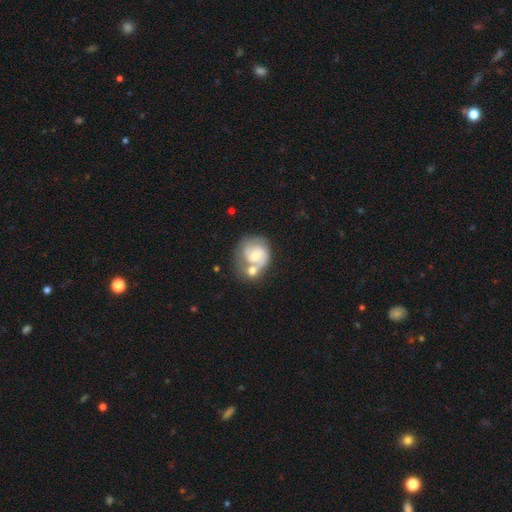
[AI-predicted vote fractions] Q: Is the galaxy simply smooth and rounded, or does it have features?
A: featured or disk — 69%.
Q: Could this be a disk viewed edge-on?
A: no — 98%.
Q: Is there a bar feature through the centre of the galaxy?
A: no — 60%.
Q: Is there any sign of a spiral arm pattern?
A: yes — 84%.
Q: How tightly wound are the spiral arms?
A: medium — 43%.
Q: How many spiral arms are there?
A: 2 — 67%.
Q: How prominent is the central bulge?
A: moderate — 54%.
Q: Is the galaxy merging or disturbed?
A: merger — 43%.